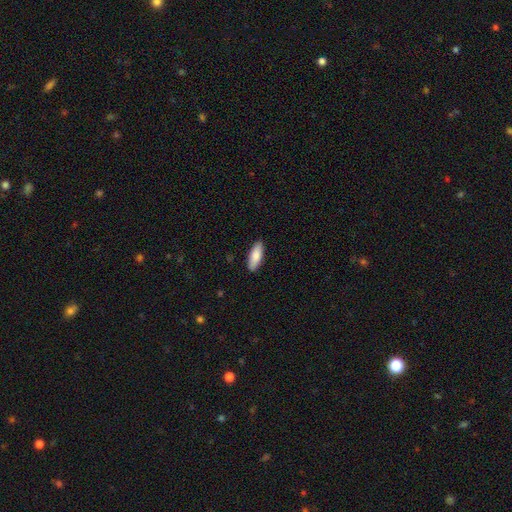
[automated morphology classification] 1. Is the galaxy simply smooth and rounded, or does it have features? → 85% smooth, 10% featured or disk, 5% star or artifact.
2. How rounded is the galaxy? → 69% in between, 29% cigar-shaped, 2% round.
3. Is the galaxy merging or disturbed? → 88% none, 9% minor disturbance, 2% major disturbance, 1% merger.